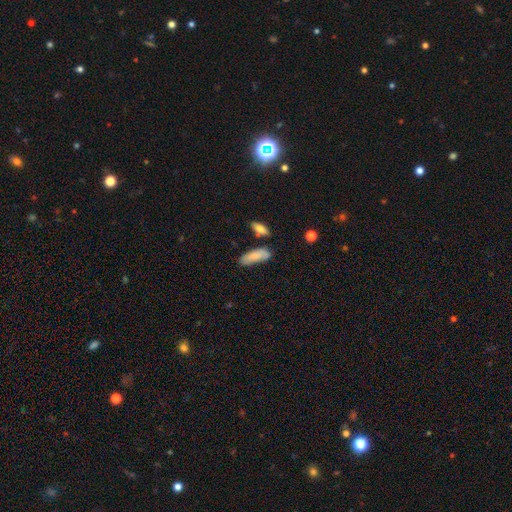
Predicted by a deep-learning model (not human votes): smooth_or_featured: smooth (p=0.81) [alt: featured or disk p=0.13]
how_rounded: in between (p=0.63) [alt: cigar-shaped p=0.35]
merging: none (p=0.64) [alt: minor disturbance p=0.22]